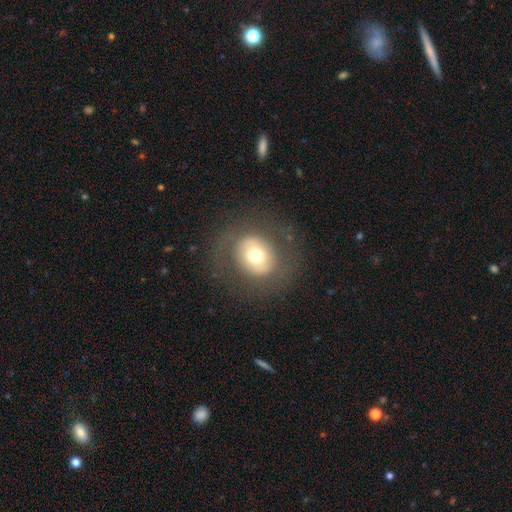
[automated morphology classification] Q: Smooth or featured?
A: smooth (60%); runner-up: featured or disk (29%)
Q: How rounded?
A: round (72%); runner-up: in between (27%)
Q: Merging?
A: none (78%); runner-up: minor disturbance (11%)